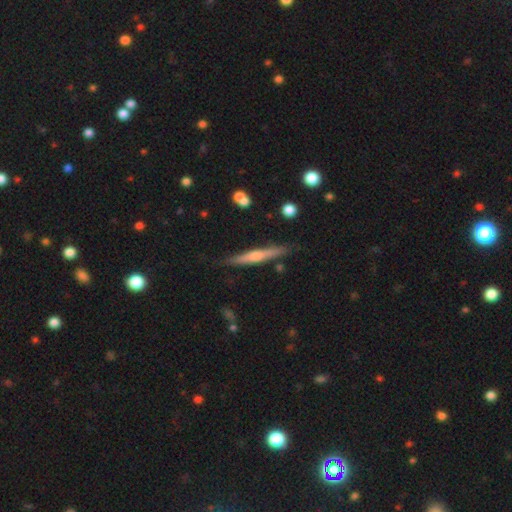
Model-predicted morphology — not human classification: Overall: featured or disk (54%; smooth 40%). Edge-on disk: yes (96%). Edge-on bulge: rounded (58%; none 30%). Merging: none (84%).